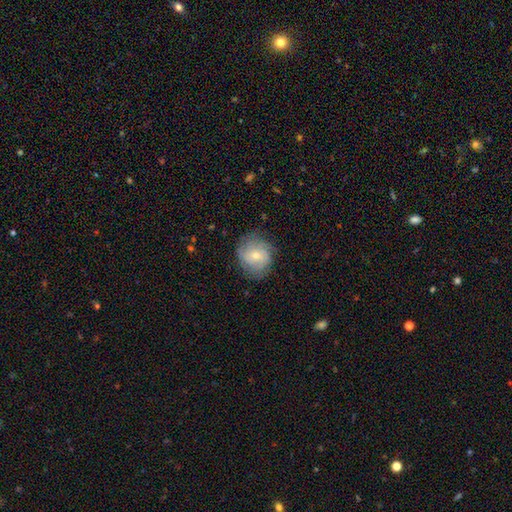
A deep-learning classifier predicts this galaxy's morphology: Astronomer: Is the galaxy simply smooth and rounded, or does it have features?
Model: featured or disk — 46%, tied with smooth at 46%.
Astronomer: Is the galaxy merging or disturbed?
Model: none — 72%.